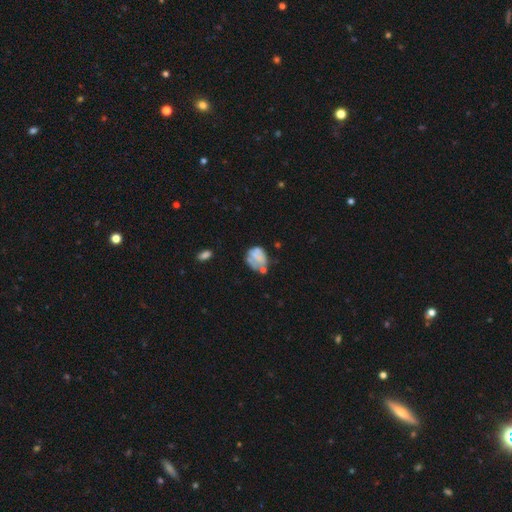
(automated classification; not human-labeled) Q: Smooth or featured?
A: smooth (52%); runner-up: featured or disk (38%)
Q: How rounded?
A: in between (60%); runner-up: round (39%)
Q: Merging?
A: none (33%); runner-up: minor disturbance (28%)